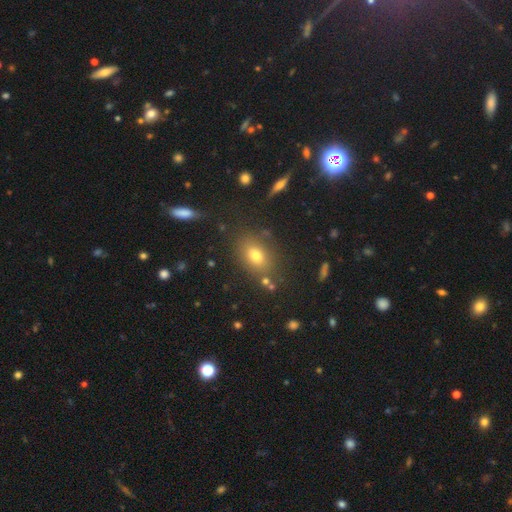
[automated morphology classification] Smooth or featured? Predicted: smooth (p=0.73). How rounded? Predicted: in between (p=0.71). Merging? Predicted: none (p=0.79).